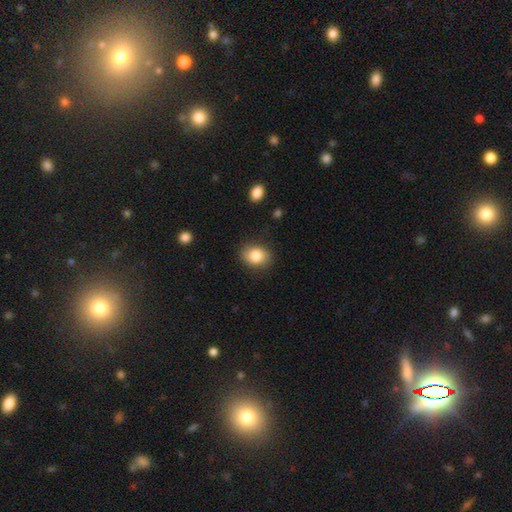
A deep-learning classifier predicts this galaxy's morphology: smooth 84%, star or artifact 8%, featured or disk 8%. Down the decision tree: how rounded — in between (58%); merging — none (84%).